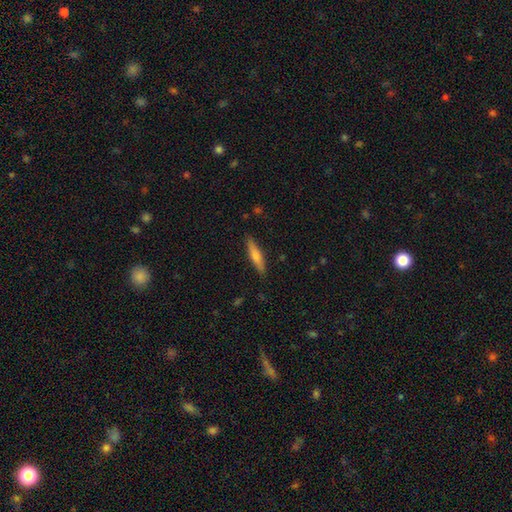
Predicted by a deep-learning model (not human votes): Overall: smooth (68%). How rounded: cigar-shaped (82%). Merging: none (88%).